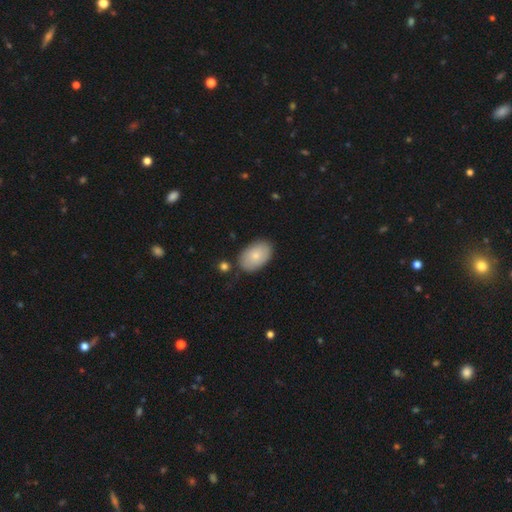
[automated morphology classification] Overall: smooth (80%). How rounded: in between (92%). Merging: none (81%).